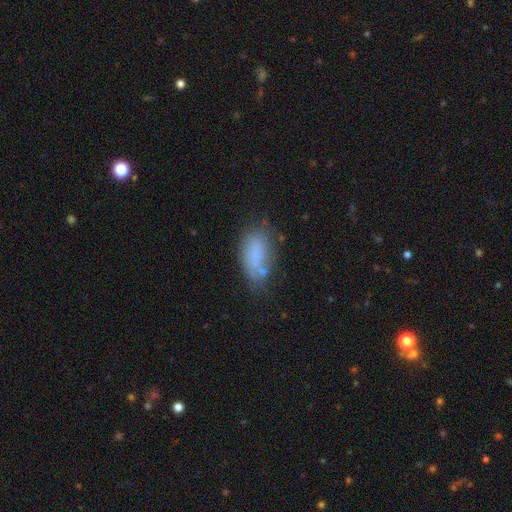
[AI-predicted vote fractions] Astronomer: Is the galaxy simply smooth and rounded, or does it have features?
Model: smooth — 73%.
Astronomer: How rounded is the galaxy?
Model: in between — 89%.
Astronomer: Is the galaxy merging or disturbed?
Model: none — 53%.